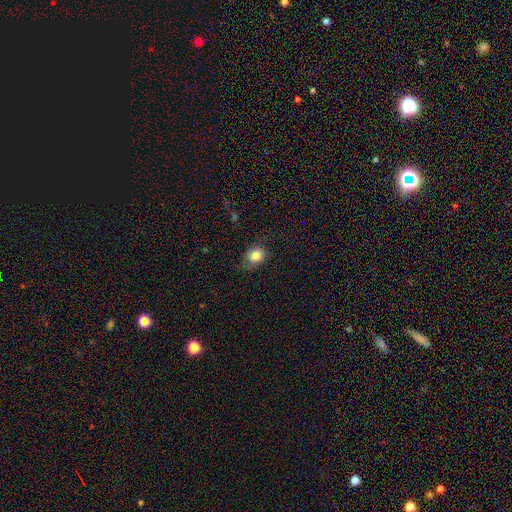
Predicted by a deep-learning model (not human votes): Morphology: type=smooth (83%); roundness=round (65%); merging=none (70%).